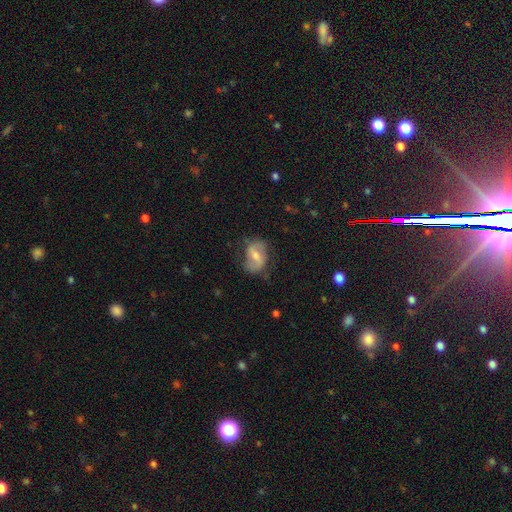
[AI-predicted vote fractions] The model was most divided on "bar": weak: 44%, strong: 39%, no: 18%. More confident: edge-on disk — no (95%); spiral arms — yes (74%); merging — none (63%); smooth or featured — featured or disk (59%); bulge size — moderate (54%).